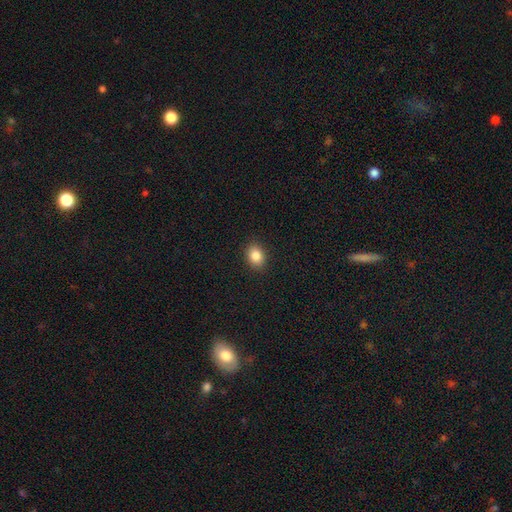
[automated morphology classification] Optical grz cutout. It shows a smooth galaxy with no disk features (85%) that is in between round and cigar-shaped (62%). Merging: none (90%).